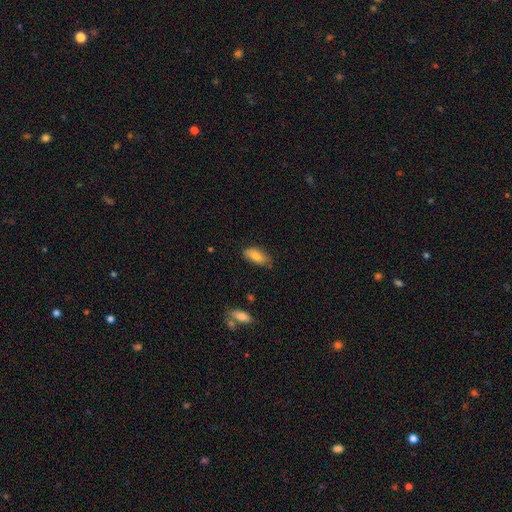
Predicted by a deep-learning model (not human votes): A smooth galaxy with no disk features (83%) that is in between round and cigar-shaped (88%). Merging: none (75%).